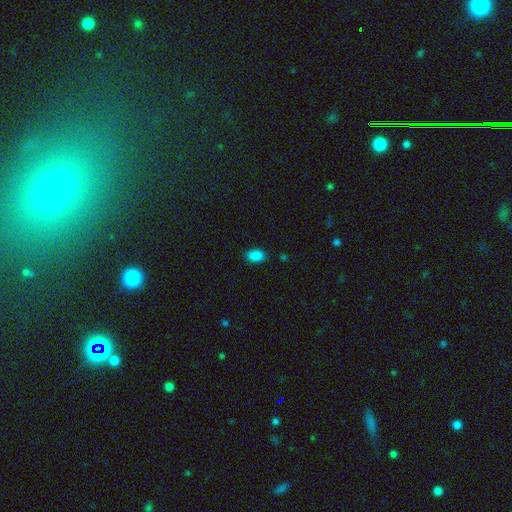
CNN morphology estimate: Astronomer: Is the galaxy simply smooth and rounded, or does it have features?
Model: smooth — 87%.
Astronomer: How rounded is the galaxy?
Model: in between — 91%.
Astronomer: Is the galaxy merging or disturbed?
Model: none — 86%.